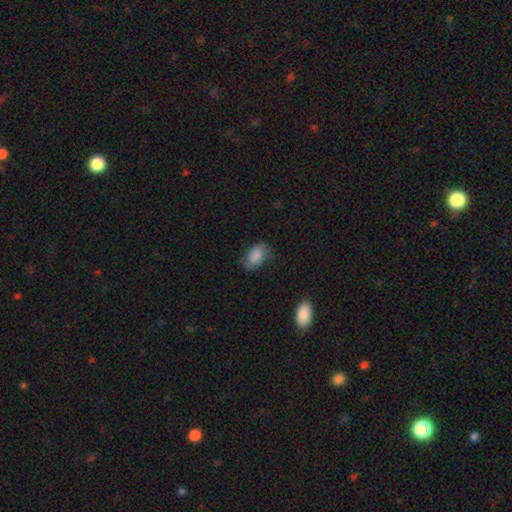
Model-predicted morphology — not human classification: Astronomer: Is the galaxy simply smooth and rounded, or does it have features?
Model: smooth — 83%.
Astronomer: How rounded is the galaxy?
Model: in between — 90%.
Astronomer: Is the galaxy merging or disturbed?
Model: none — 70%.